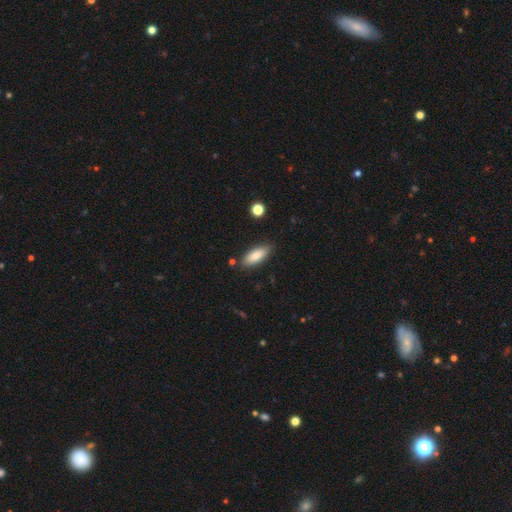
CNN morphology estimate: The model was most divided on "how rounded": in between: 75%, cigar-shaped: 23%, round: 2%. More confident: merging — none (83%); smooth or featured — smooth (82%).